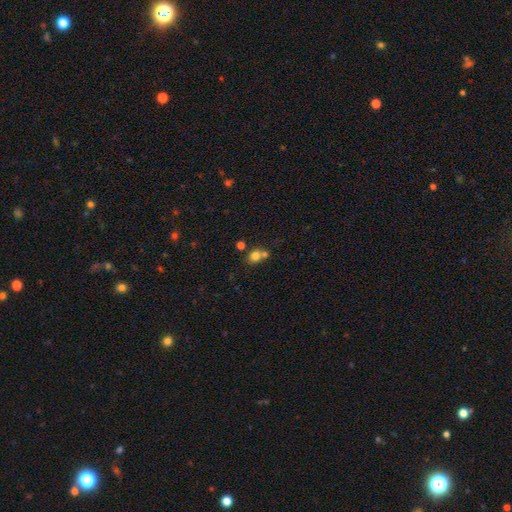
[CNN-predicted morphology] A smooth galaxy with no disk features (77%) that is round (67%).

Vote fractions:
- Smooth or featured? smooth: 77% / star or artifact: 13% / featured or disk: 10%
- How rounded? round: 67% / in between: 31% / cigar-shaped: 1%
- Merging? none: 46% / merger: 41% / minor disturbance: 9% / major disturbance: 4%